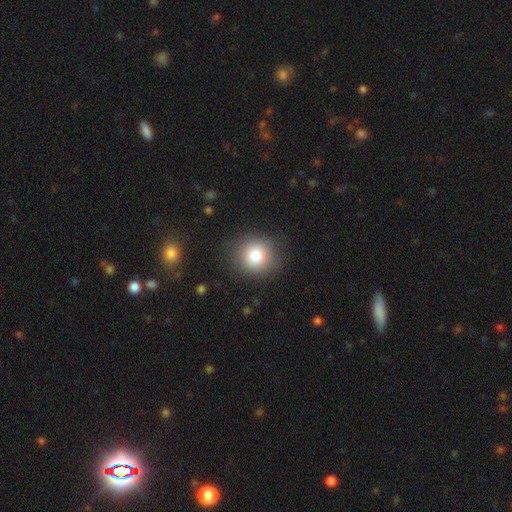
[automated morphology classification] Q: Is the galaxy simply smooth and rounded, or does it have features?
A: smooth — 82%.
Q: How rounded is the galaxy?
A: round — 89%.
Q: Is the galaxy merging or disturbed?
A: none — 84%.